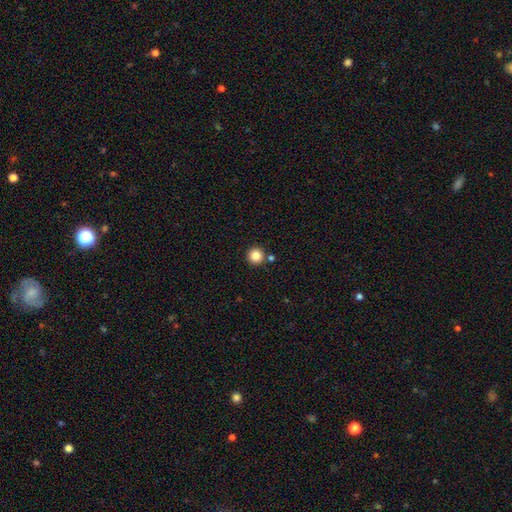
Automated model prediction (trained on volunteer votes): Overall: smooth (84%). How rounded: round (96%). Merging: none (86%).